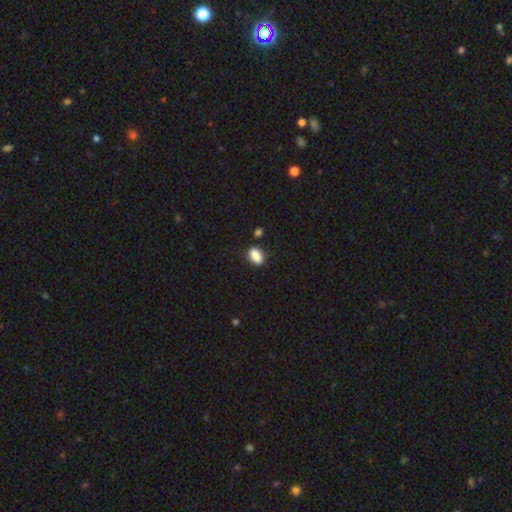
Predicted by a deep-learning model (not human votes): A smooth galaxy with no disk features (88%) that is in between round and cigar-shaped (86%). Merging: none (82%).